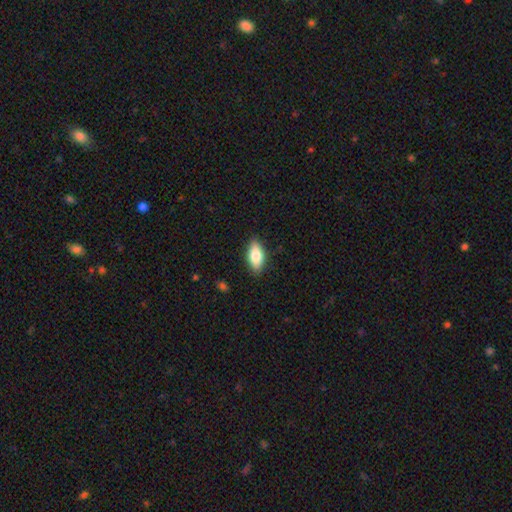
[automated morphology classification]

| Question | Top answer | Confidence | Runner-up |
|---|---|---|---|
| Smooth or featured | smooth | 78% | featured or disk (15%) |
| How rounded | in between | 86% | cigar-shaped (11%) |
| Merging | none | 86% | minor disturbance (11%) |